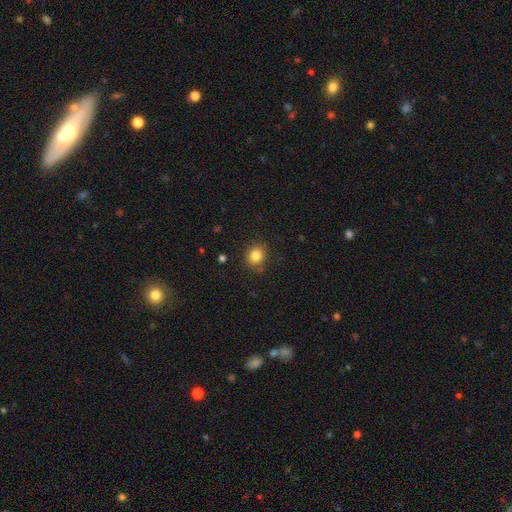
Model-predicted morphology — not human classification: A smooth galaxy with no disk features (84%) that is round (80%).

Vote fractions:
- Smooth or featured? smooth: 84% / star or artifact: 11% / featured or disk: 5%
- How rounded? round: 80% / in between: 19% / cigar-shaped: 1%
- Merging? none: 86% / minor disturbance: 10% / major disturbance: 3% / merger: 2%